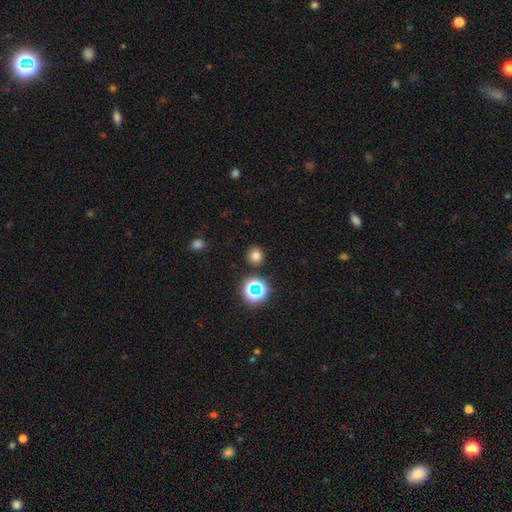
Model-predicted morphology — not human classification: Q: Smooth or featured?
A: smooth (73%); runner-up: star or artifact (21%)
Q: How rounded?
A: round (92%); runner-up: in between (7%)
Q: Merging?
A: none (89%); runner-up: minor disturbance (6%)